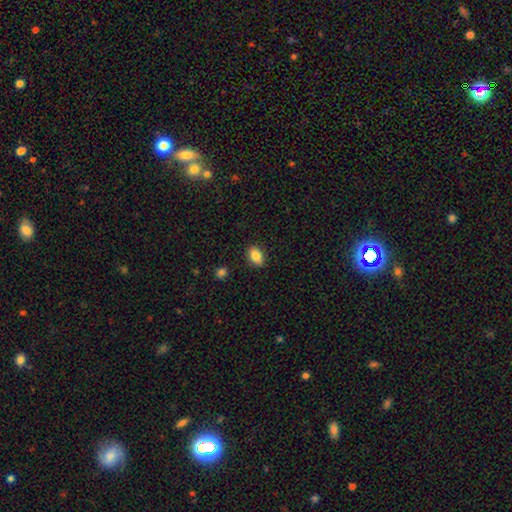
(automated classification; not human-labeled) The model was most divided on "how rounded": in between: 85%, round: 13%, cigar-shaped: 2%. More confident: merging — none (88%); smooth or featured — smooth (85%).